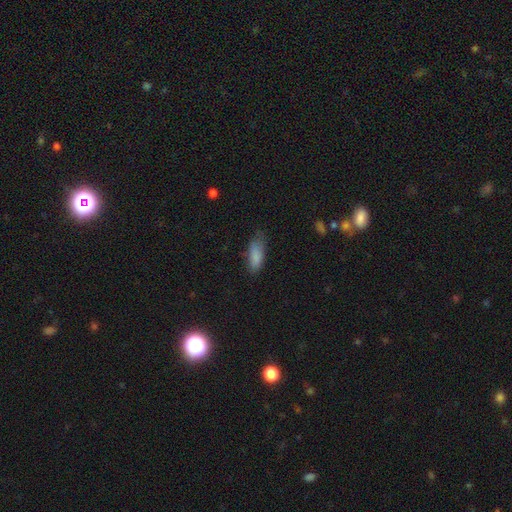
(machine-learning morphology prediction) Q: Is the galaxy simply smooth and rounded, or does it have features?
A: smooth — 85%.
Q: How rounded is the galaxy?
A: in between — 70%.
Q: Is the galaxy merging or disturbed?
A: none — 62%.